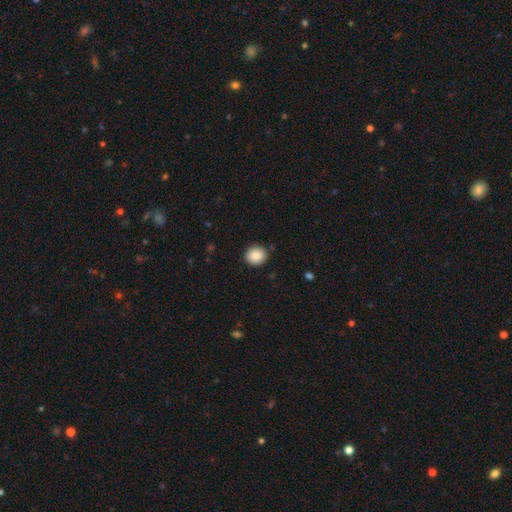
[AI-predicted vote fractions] A smooth galaxy with no disk features (88%) that is round (86%). Merging: none (90%).